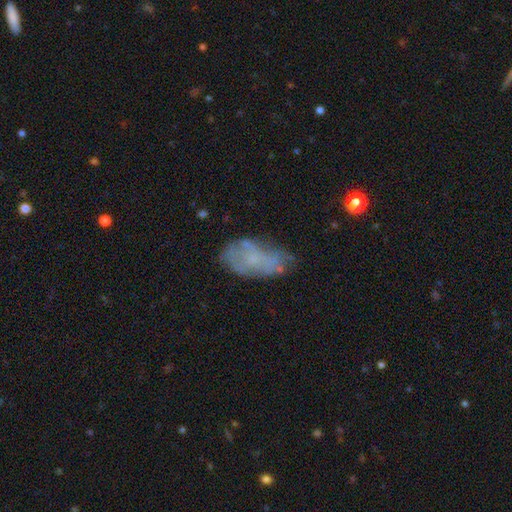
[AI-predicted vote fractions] A smooth galaxy with no disk features (43%).

Vote fractions:
- Smooth or featured? smooth: 43% / featured or disk: 42% / star or artifact: 16%
- Merging? none: 54% / minor disturbance: 27% / major disturbance: 15% / merger: 4%